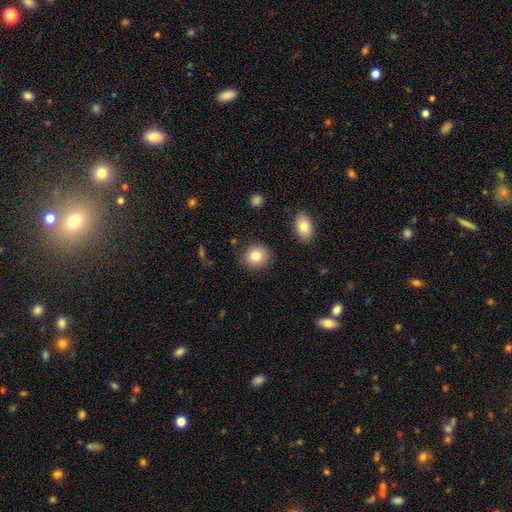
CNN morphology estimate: Overall: smooth (81%). How rounded: round (84%). Merging: none (89%).